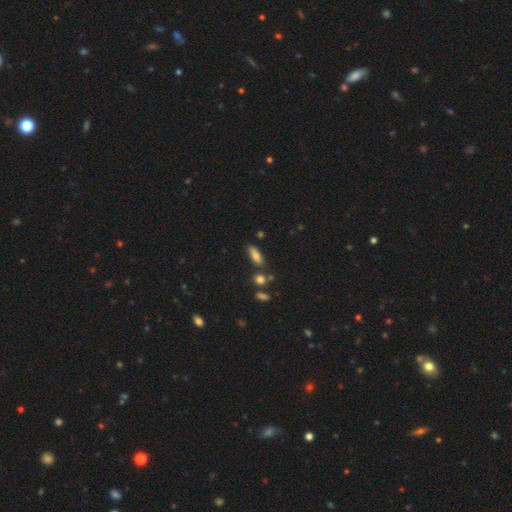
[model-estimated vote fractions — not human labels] smooth-or-featured: smooth: 76% | featured or disk: 15% | star or artifact: 10%
  how-rounded: in between: 68% | cigar-shaped: 29% | round: 4%
  merging: none: 72% | minor disturbance: 15% | merger: 9% | major disturbance: 4%